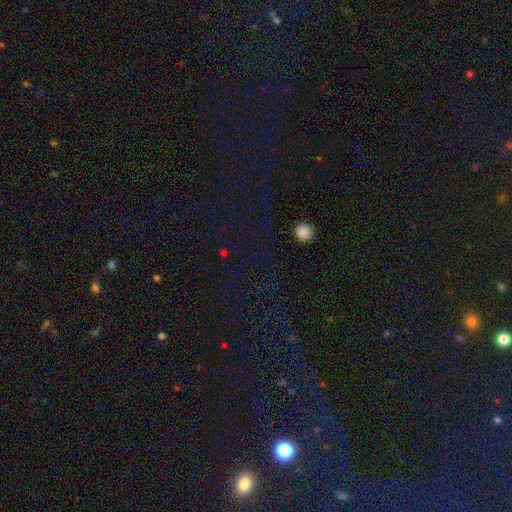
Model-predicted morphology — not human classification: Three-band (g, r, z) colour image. It shows a star or artifact, not a galaxy (57%).